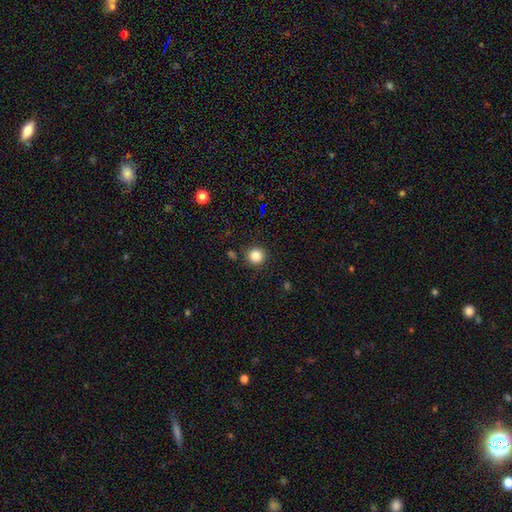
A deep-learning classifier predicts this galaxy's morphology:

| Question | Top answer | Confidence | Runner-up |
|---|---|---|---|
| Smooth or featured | smooth | 84% | star or artifact (11%) |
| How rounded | round | 94% | in between (5%) |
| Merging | none | 89% | minor disturbance (6%) |